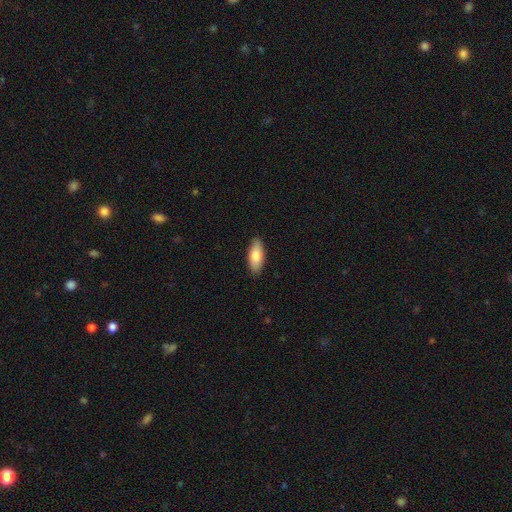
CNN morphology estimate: Overall: smooth (82%). How rounded: in between (82%). Merging: none (88%).